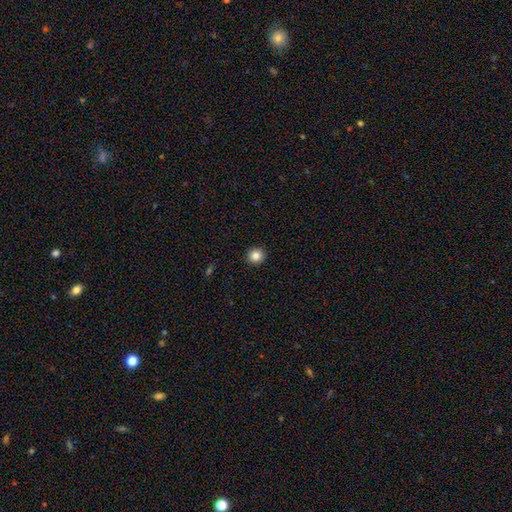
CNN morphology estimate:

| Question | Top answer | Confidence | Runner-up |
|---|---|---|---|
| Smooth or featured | smooth | 85% | star or artifact (10%) |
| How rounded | round | 93% | in between (6%) |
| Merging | none | 93% | minor disturbance (4%) |